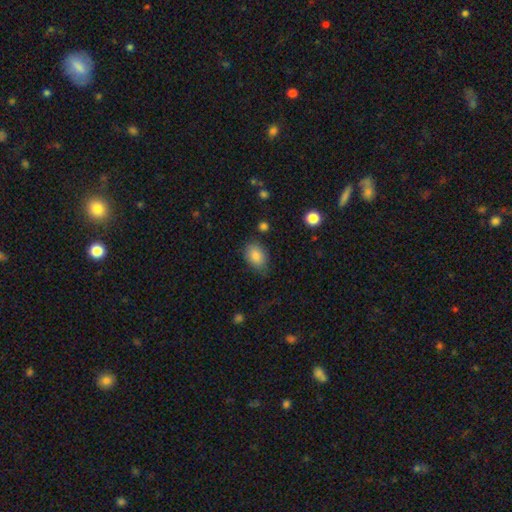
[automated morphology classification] A smooth galaxy with no disk features (85%) that is in between round and cigar-shaped (80%). Merging: none (71%).